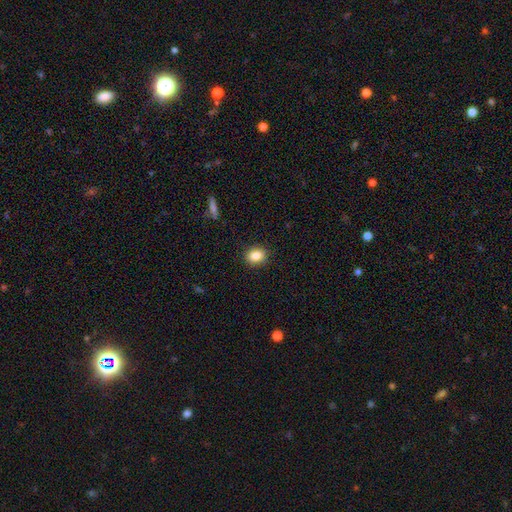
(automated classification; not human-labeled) Overall: smooth (84%). How rounded: round (56%; in between 43%). Merging: none (89%).